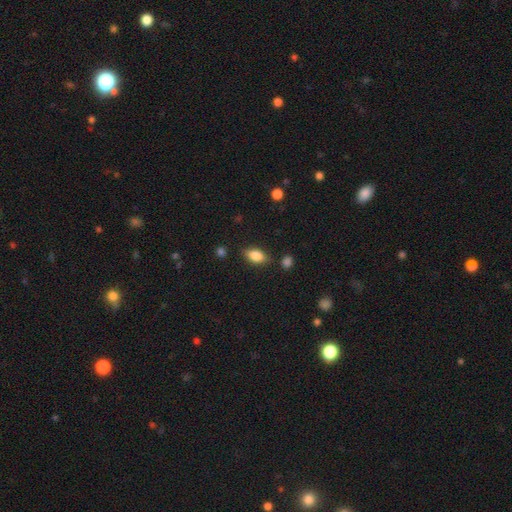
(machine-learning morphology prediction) smooth 84%, star or artifact 8%, featured or disk 8%. Down the decision tree: how rounded — in between (88%); merging — none (81%).